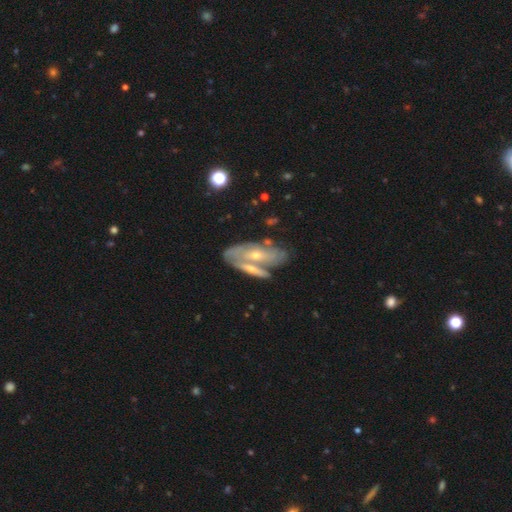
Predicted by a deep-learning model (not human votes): The model was most divided on "merging": none: 41%, merger: 39%, minor disturbance: 14%, major disturbance: 7%. More confident: edge-on disk — no (78%); smooth or featured — featured or disk (71%); spiral arms — yes (63%); bulge size — small (55%); bar — no (53%).